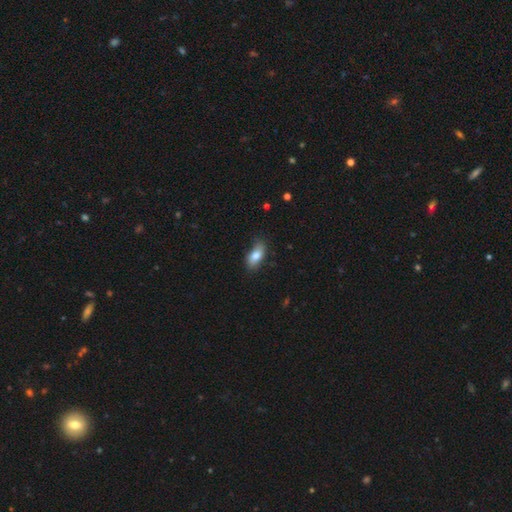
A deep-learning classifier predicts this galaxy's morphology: The model was most divided on "merging": none: 71%, minor disturbance: 23%, major disturbance: 4%, merger: 2%. More confident: how rounded — in between (87%); smooth or featured — smooth (80%).